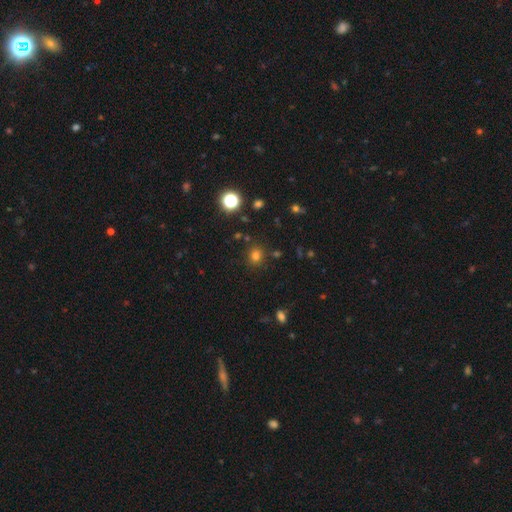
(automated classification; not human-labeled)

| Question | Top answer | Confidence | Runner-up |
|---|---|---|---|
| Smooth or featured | smooth | 74% | star or artifact (20%) |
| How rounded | round | 81% | in between (18%) |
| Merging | none | 84% | minor disturbance (9%) |